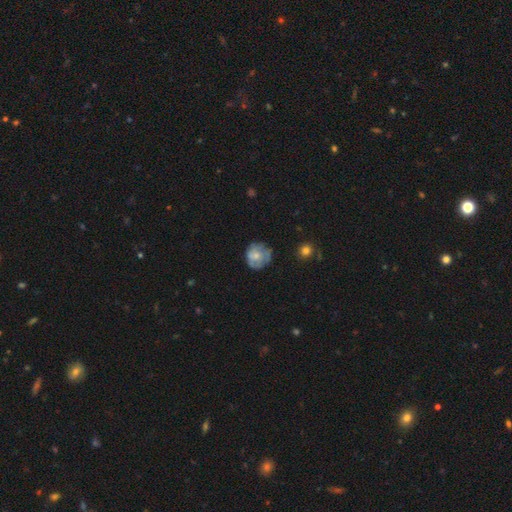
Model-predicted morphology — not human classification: A smooth galaxy with no disk features (53%) that is round (80%). Merging: none (62%).